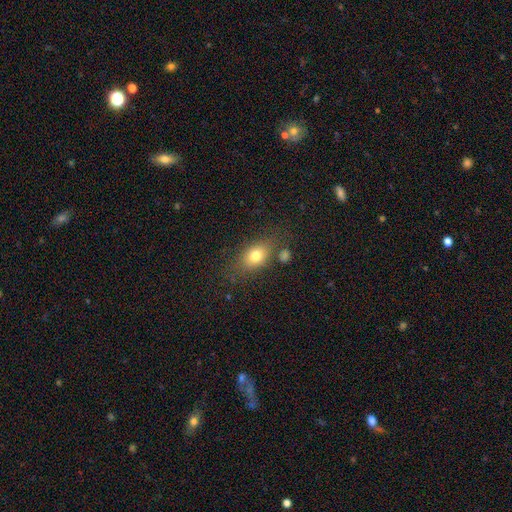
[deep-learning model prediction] smooth 76%, featured or disk 13%, star or artifact 11%. Down the decision tree: how rounded — in between (69%); merging — none (69%).